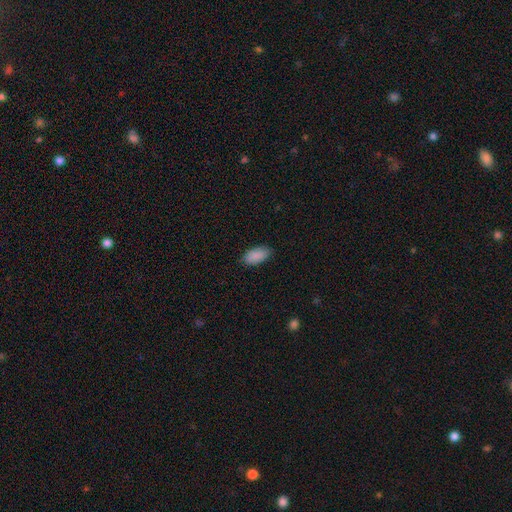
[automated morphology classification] Smooth or featured? Predicted: smooth (p=0.90). How rounded? Predicted: in between (p=0.93). Merging? Predicted: none (p=0.85).